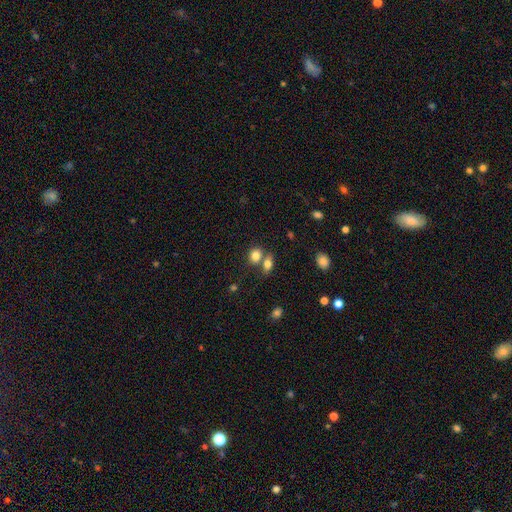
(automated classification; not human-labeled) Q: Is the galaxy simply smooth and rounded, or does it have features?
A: smooth — 81%.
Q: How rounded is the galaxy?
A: in between — 54%.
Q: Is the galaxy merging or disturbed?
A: none — 46%.